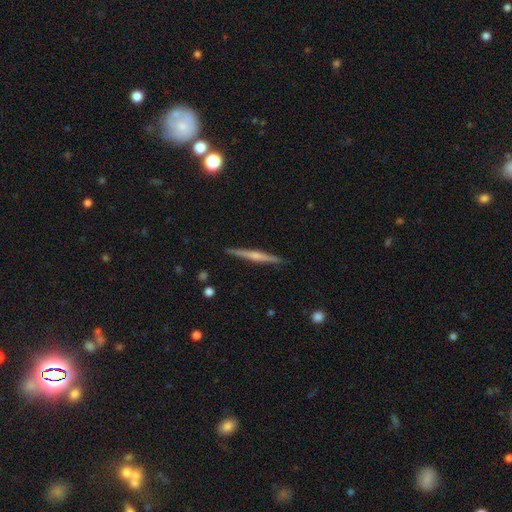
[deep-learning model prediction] Smooth or featured? featured or disk (63%)
Edge-on disk? yes (98%)
Edge-on bulge? rounded (54%)
Merging? none (91%)